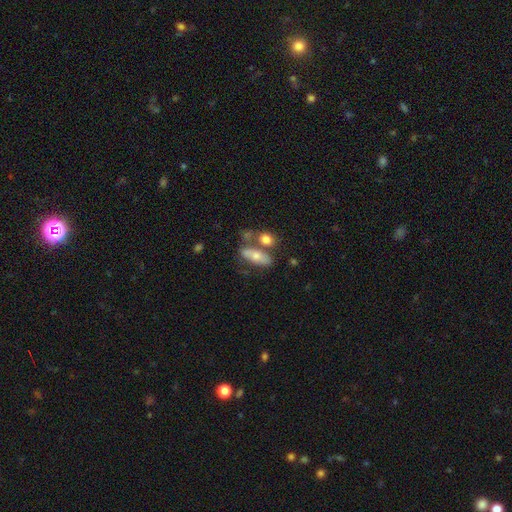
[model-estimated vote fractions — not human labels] smooth_or_featured: smooth (p=0.64) [alt: featured or disk p=0.29]
how_rounded: in between (p=0.63) [alt: cigar-shaped p=0.32]
merging: none (p=0.50) [alt: merger p=0.28]